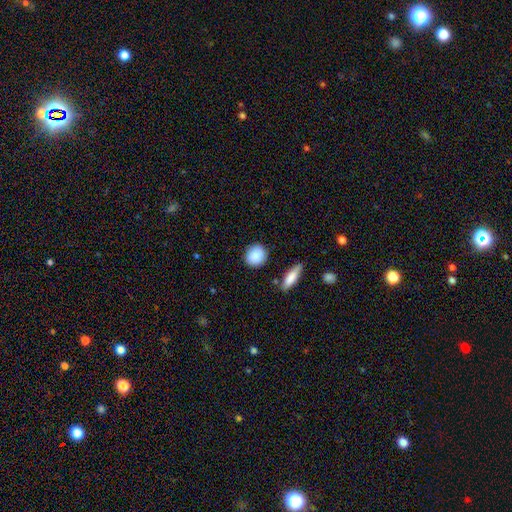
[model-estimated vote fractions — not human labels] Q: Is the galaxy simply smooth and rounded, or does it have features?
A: smooth — 88%.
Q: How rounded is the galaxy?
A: round — 80%.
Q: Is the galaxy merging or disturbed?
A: none — 84%.